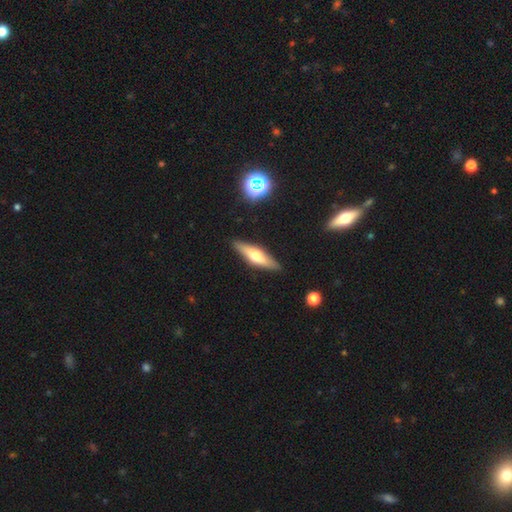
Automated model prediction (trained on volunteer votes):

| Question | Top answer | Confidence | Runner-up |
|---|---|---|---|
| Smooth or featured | featured or disk | 51% | smooth (43%) |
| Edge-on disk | yes | 91% | no (9%) |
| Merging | none | 89% | minor disturbance (8%) |